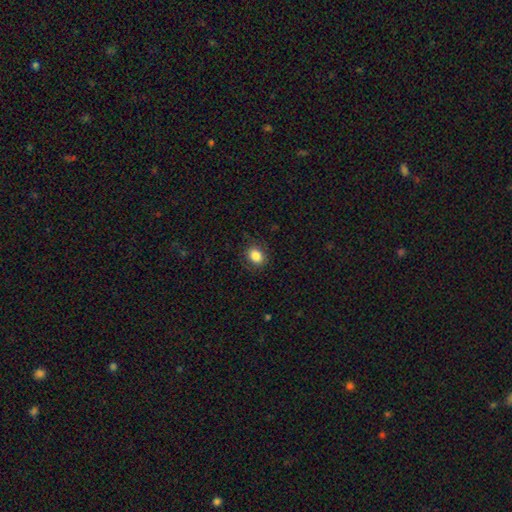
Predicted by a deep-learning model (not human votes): This appears to be a smooth galaxy with no disk features (85%) that is in between round and cigar-shaped (53%). Merging: none (85%).